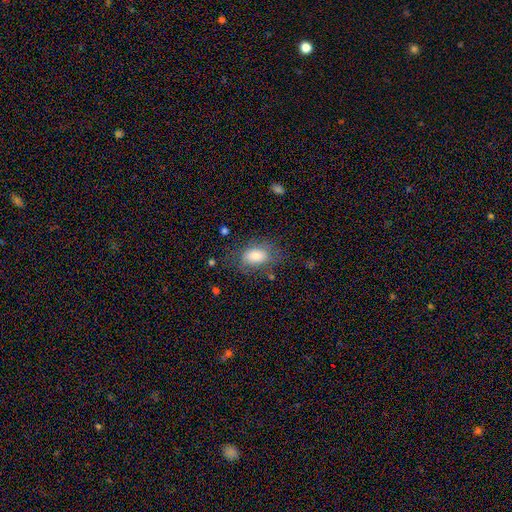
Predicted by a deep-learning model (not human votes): Morphology: type=smooth (80%); roundness=in between (87%); merging=none (66%).